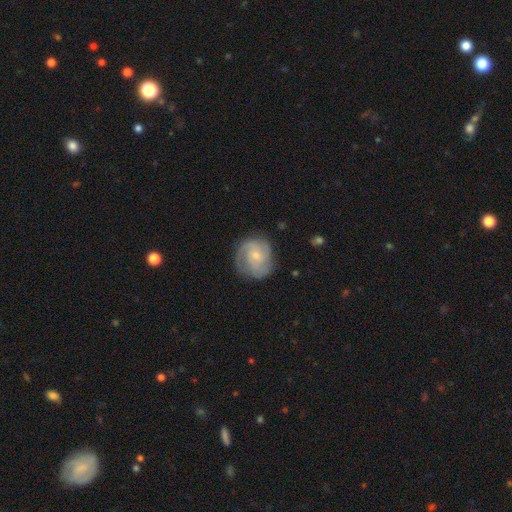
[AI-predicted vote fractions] Smooth or featured?
  - featured or disk: 69% *
  - smooth: 25%
  - star or artifact: 6%
Edge-on disk?
  - no: 98% *
  - yes: 2%
Bar?
  - no: 60% *
  - weak: 34%
  - strong: 5%
Spiral arms?
  - yes: 92% *
  - no: 8%
Spiral winding?
  - tight: 49% *
  - medium: 40%
  - loose: 11%
Spiral arm count?
  - 2: 33% *
  - 3: 29%
  - can't tell: 23%
  - 4: 6%
  - 1: 5%
  - more than 4: 4%
Bulge size?
  - small: 63% *
  - moderate: 31%
  - none: 3%
  - large: 1%
  - dominant: 1%
Merging?
  - none: 73% *
  - minor disturbance: 19%
  - major disturbance: 7%
  - merger: 1%